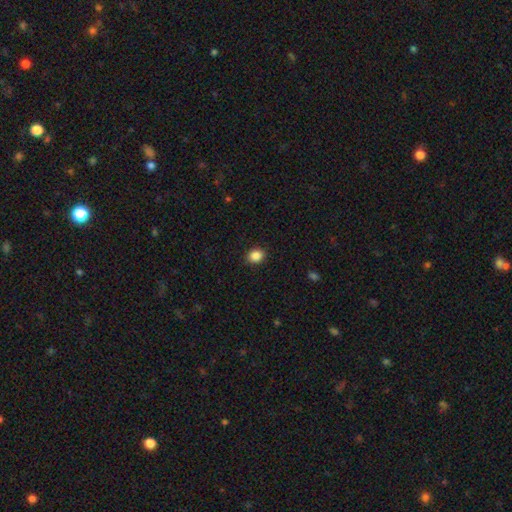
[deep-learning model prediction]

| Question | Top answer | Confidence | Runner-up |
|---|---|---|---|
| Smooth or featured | smooth | 87% | star or artifact (9%) |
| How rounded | round | 53% | in between (46%) |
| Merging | none | 90% | minor disturbance (7%) |